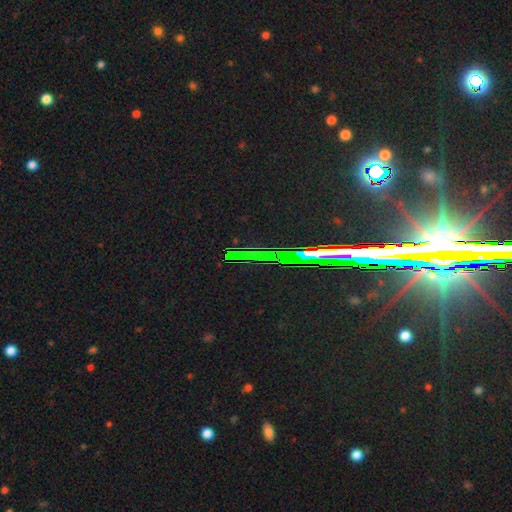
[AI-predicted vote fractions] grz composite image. It shows a star or artifact, not a galaxy (77%).